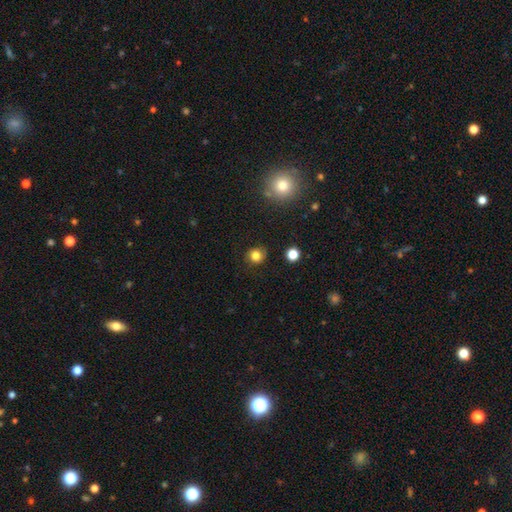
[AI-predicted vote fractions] smooth-or-featured: smooth: 81% | star or artifact: 13% | featured or disk: 6%
  how-rounded: round: 86% | in between: 13% | cigar-shaped: 1%
  merging: none: 81% | minor disturbance: 14% | major disturbance: 4% | merger: 2%